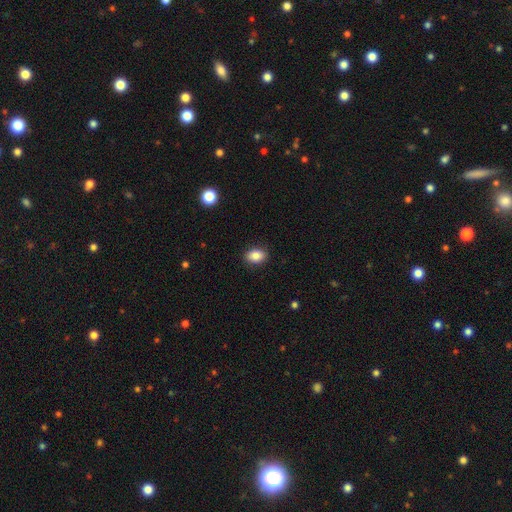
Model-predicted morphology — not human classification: Smooth or featured?
  - smooth: 86% *
  - star or artifact: 8%
  - featured or disk: 6%
How rounded?
  - in between: 77% *
  - round: 22%
  - cigar-shaped: 1%
Merging?
  - none: 89% *
  - minor disturbance: 8%
  - major disturbance: 2%
  - merger: 1%